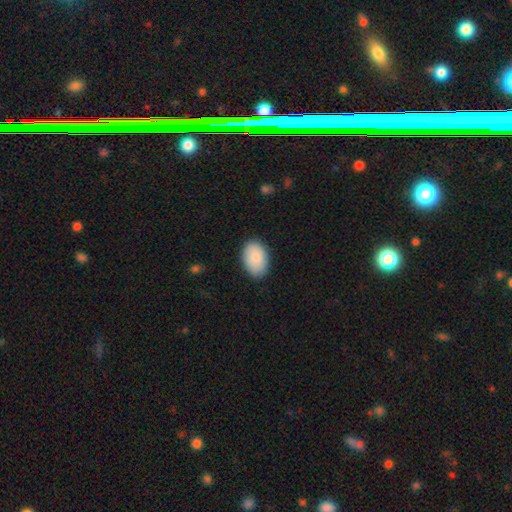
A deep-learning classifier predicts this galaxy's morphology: This is clearly a smooth galaxy (88%). How rounded: clearly in between (89%). Merging: clearly none (84%).